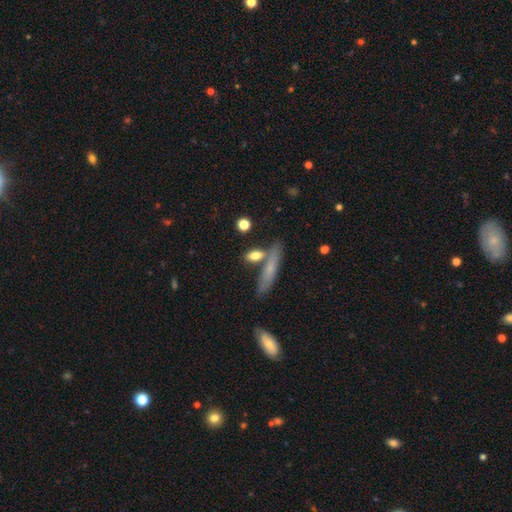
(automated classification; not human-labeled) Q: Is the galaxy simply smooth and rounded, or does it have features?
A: smooth — 75%.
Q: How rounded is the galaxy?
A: in between — 50%.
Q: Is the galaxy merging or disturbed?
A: none — 61%.